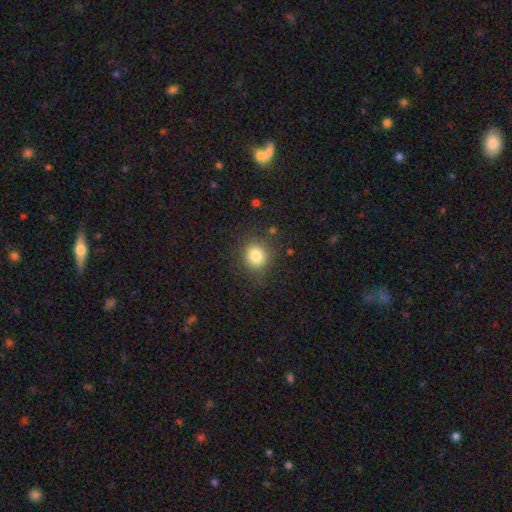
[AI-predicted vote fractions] smooth-or-featured: smooth: 82% | star or artifact: 11% | featured or disk: 7%
  how-rounded: round: 80% | in between: 19% | cigar-shaped: 1%
  merging: none: 83% | minor disturbance: 11% | major disturbance: 4% | merger: 2%